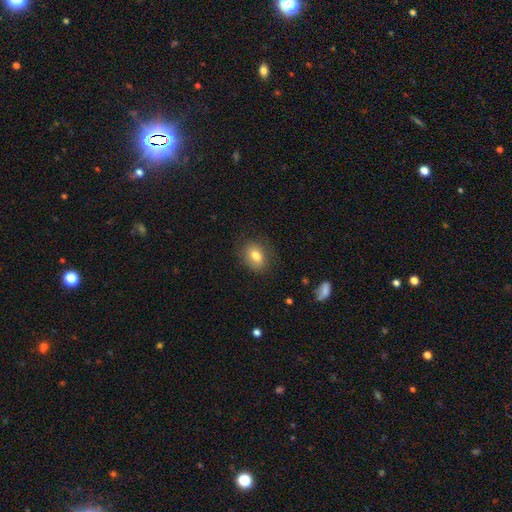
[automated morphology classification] A smooth galaxy with no disk features (78%) that is in between round and cigar-shaped (67%). Merging: none (81%).